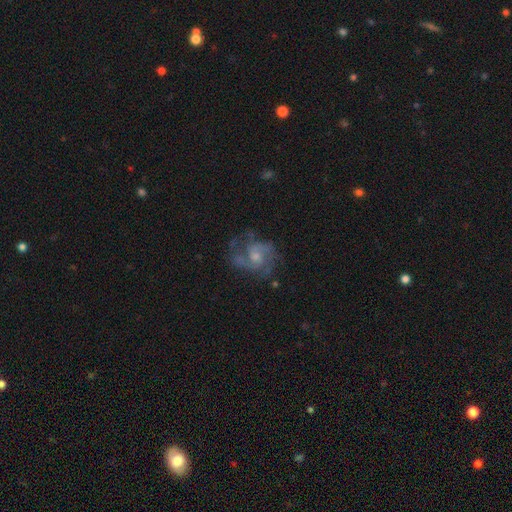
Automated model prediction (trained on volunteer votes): Smooth or featured? featured or disk (81%)
Edge-on disk? no (98%)
Bar? no (60%)
Spiral arms? yes (94%)
Spiral winding? medium (55%)
Spiral arm count? 2 (61%)
Bulge size? small (45%)
Merging? none (65%)